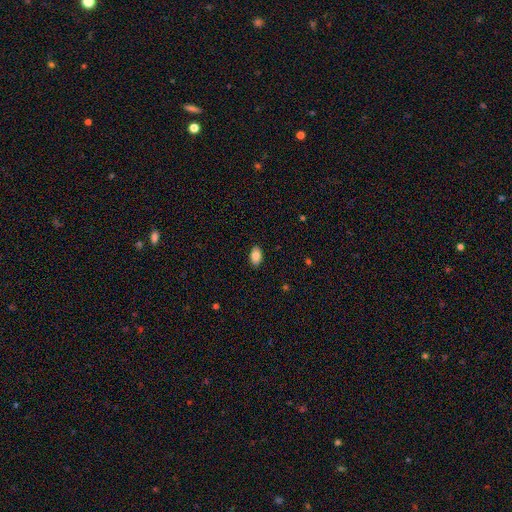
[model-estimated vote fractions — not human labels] Smooth or featured: smooth — 85% (star or artifact — 7%)
How rounded: in between — 91% (round — 7%)
Merging: none — 89% (minor disturbance — 9%)